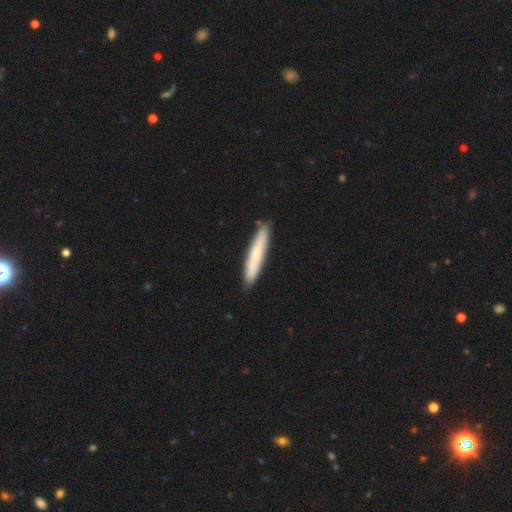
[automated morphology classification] Smooth or featured? smooth (66%)
How rounded? cigar-shaped (93%)
Merging? none (86%)